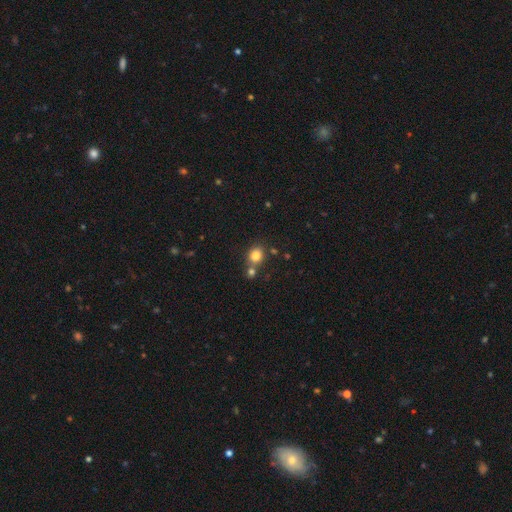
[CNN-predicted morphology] The model was most divided on "merging": none: 61%, merger: 26%, minor disturbance: 10%, major disturbance: 3%. More confident: smooth or featured — smooth (82%); how rounded — round (71%).